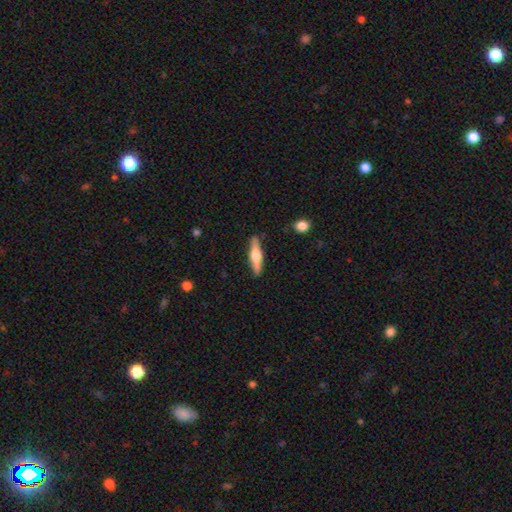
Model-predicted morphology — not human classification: featured or disk 53%, smooth 41%, star or artifact 6%. Down the decision tree: edge-on disk — yes (95%); edge-on bulge — rounded (90%); merging — none (88%).